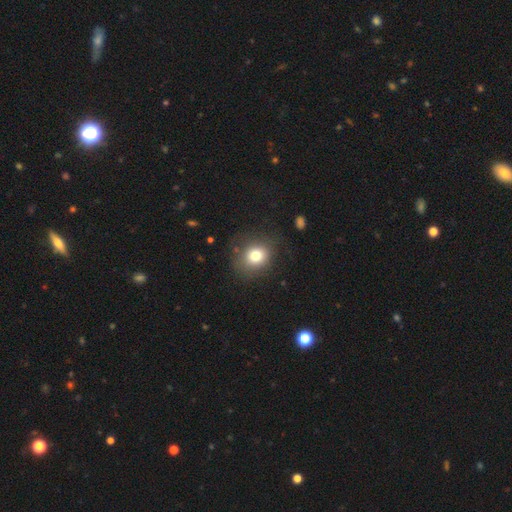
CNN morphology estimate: smooth_or_featured: smooth (p=0.77) [alt: star or artifact p=0.12]
how_rounded: round (p=0.75) [alt: in between p=0.24]
merging: none (p=0.79) [alt: minor disturbance p=0.13]